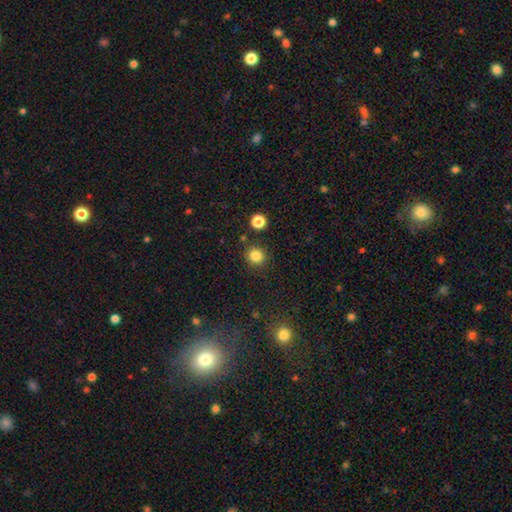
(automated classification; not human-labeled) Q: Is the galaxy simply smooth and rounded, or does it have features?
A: smooth — 83%.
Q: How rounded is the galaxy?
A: round — 91%.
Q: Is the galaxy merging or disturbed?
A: none — 86%.